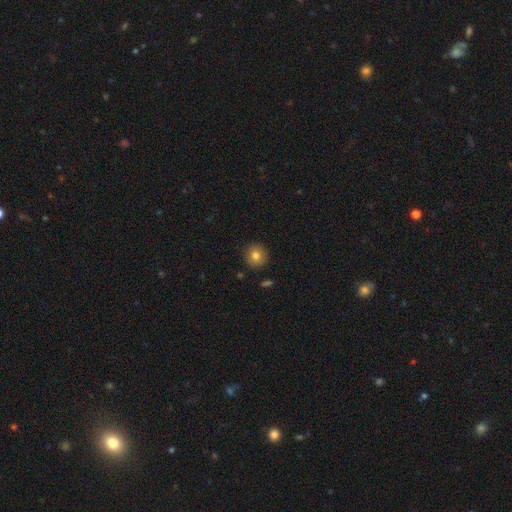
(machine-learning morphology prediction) Smooth or featured? smooth (80%)
How rounded? round (94%)
Merging? none (90%)